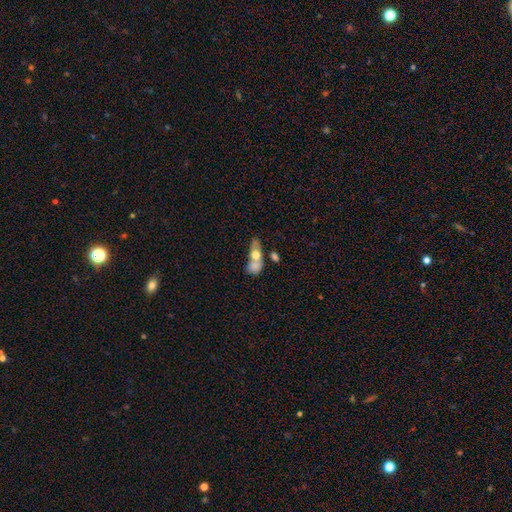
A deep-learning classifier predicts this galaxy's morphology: A smooth galaxy with no disk features (65%) that is in between round and cigar-shaped (63%). Merging: merger (54%).